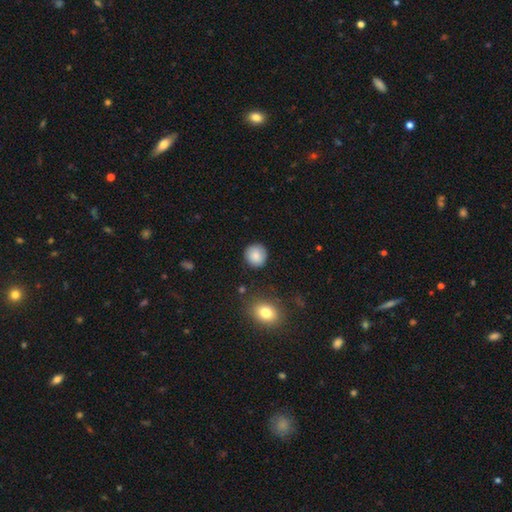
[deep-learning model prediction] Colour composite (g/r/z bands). It shows a smooth galaxy with no disk features (86%) that is round (92%). Merging: none (88%).